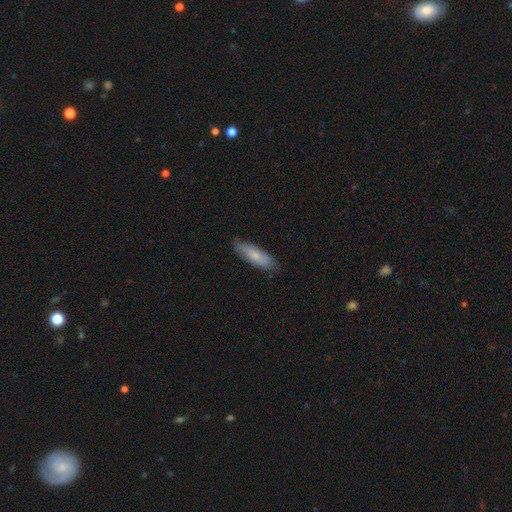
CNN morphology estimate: A smooth galaxy with no disk features (72%) that is cigar-shaped (50%). Merging: none (79%).